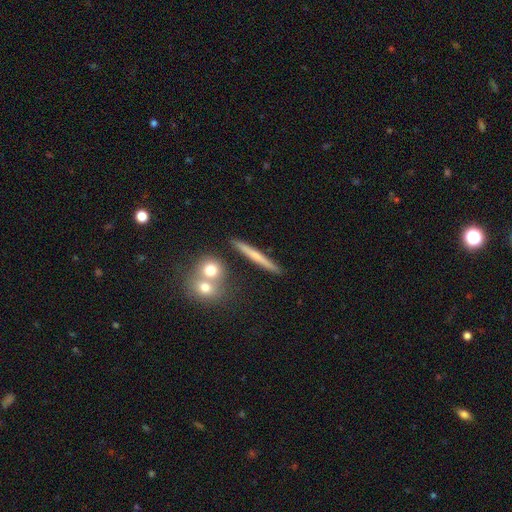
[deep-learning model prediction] Q: Smooth or featured?
A: smooth (51%); runner-up: featured or disk (41%)
Q: How rounded?
A: cigar-shaped (89%); runner-up: round (6%)
Q: Merging?
A: none (84%); runner-up: minor disturbance (7%)